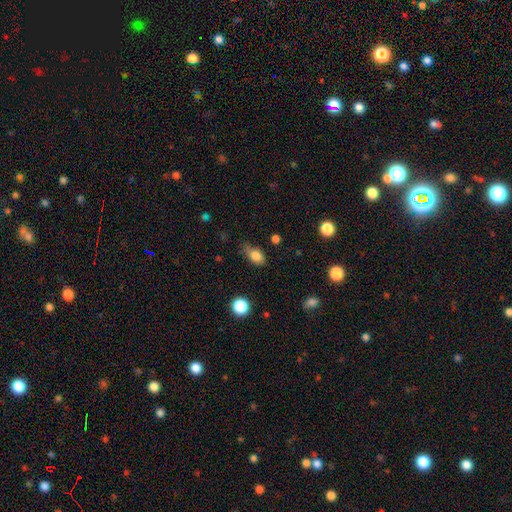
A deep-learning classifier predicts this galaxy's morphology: smooth-or-featured: smooth: 81% | featured or disk: 10% | star or artifact: 9%
  how-rounded: in between: 81% | round: 14% | cigar-shaped: 5%
  merging: none: 62% | minor disturbance: 29% | major disturbance: 7% | merger: 2%